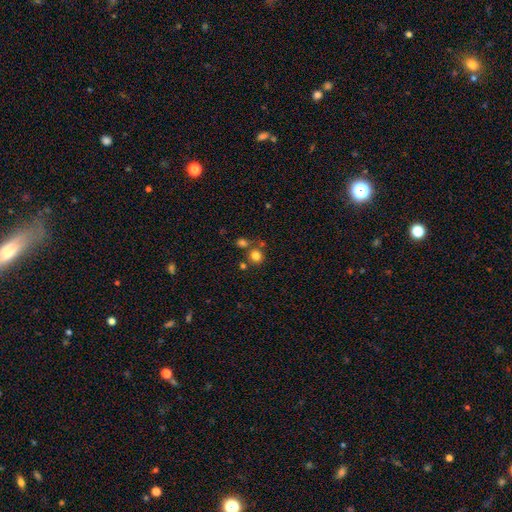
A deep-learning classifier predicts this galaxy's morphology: type=smooth (79%); roundness=round (88%); merging=none (69%).